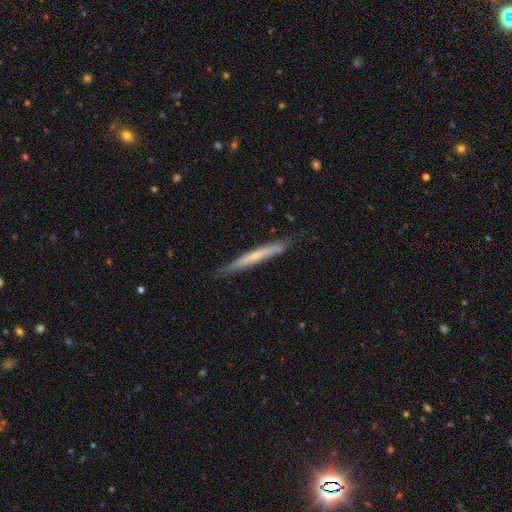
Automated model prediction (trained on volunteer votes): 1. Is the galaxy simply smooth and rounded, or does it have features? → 57% featured or disk, 37% smooth, 5% star or artifact.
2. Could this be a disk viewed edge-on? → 92% yes, 8% no.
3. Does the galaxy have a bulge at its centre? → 52% none, 43% rounded, 5% boxy.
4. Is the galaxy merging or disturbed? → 77% none, 19% minor disturbance, 3% major disturbance, 2% merger.